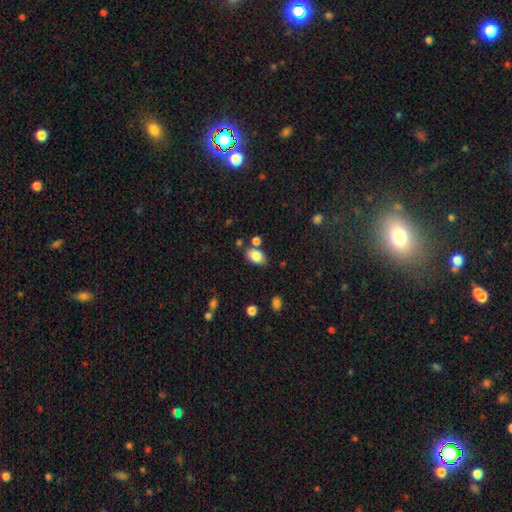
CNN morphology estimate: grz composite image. It shows a smooth galaxy with no disk features (84%) that is in between round and cigar-shaped (88%). Merging: none (72%).